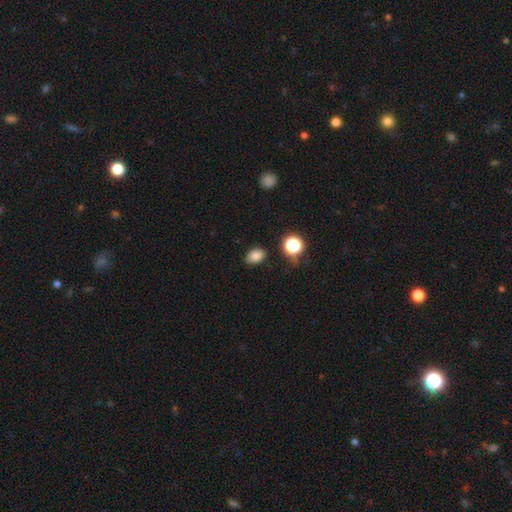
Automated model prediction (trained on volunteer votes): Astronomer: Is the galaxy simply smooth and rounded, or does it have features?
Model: smooth — 81%.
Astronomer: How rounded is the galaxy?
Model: in between — 79%.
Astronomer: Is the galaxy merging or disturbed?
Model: none — 83%.